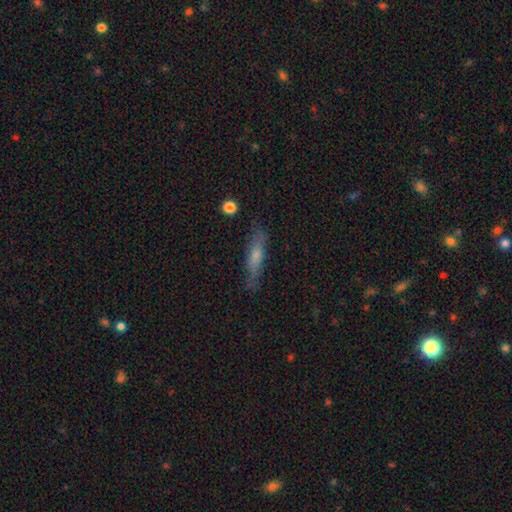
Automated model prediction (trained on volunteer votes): A smooth galaxy with no disk features (50%).

Vote fractions:
- Smooth or featured? smooth: 50% / featured or disk: 42% / star or artifact: 8%
- Merging? none: 82% / minor disturbance: 13% / major disturbance: 3% / merger: 2%